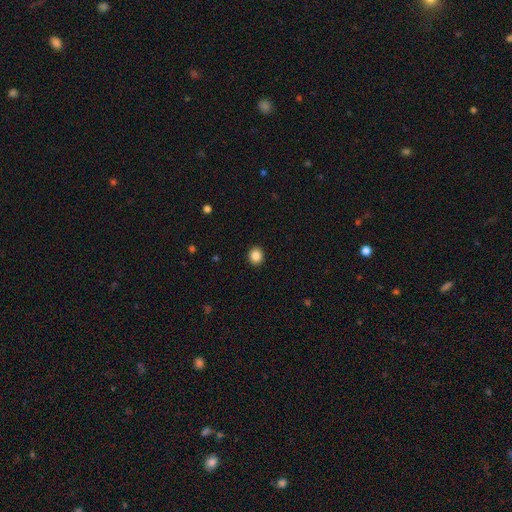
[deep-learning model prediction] A smooth galaxy with no disk features (86%) that is round (77%). Merging: none (92%).